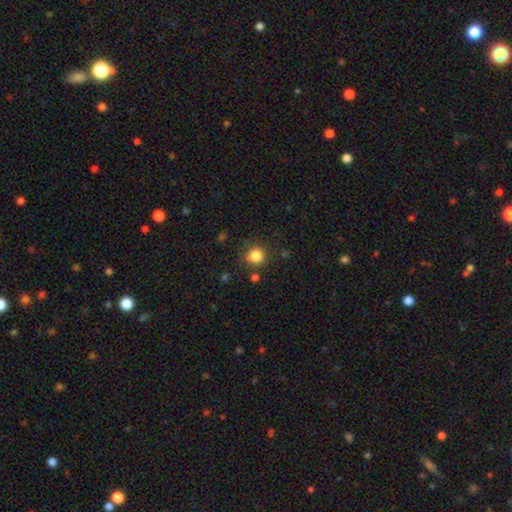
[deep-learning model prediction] smooth 84%, star or artifact 12%, featured or disk 4%. Down the decision tree: how rounded — round (90%); merging — none (82%).